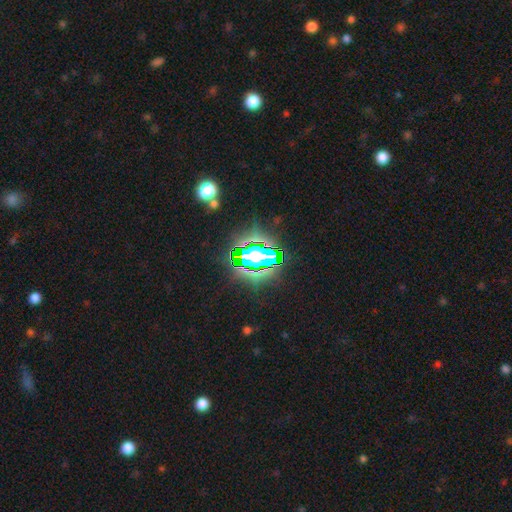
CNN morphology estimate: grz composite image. It shows a star or artifact, not a galaxy (72%).